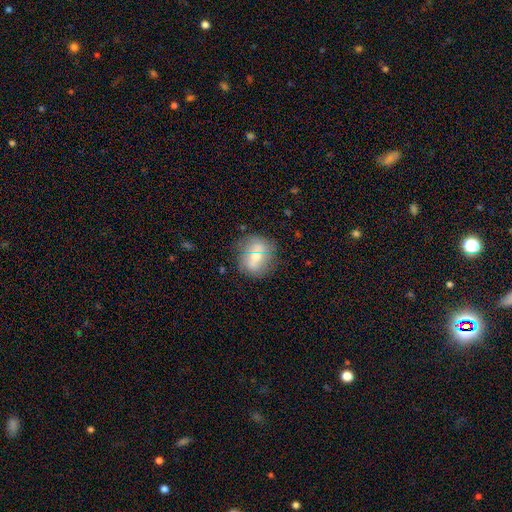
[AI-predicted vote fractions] Smooth or featured: smooth — 60% (featured or disk — 28%)
How rounded: round — 79% (in between — 20%)
Merging: none — 66% (minor disturbance — 20%)